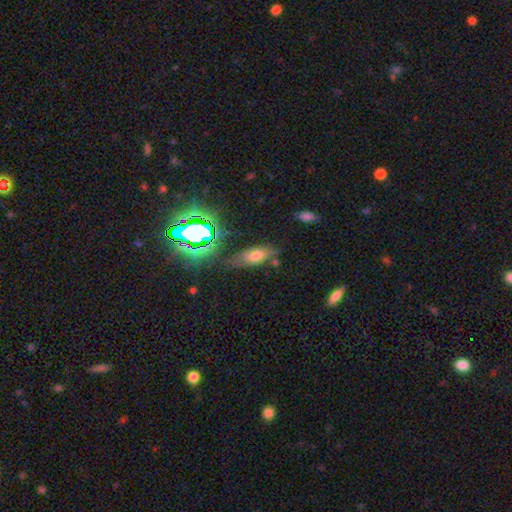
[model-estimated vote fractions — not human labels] The model was most divided on "smooth or featured": smooth: 59%, featured or disk: 21%, star or artifact: 20%. More confident: how rounded — in between (80%); merging — none (63%).